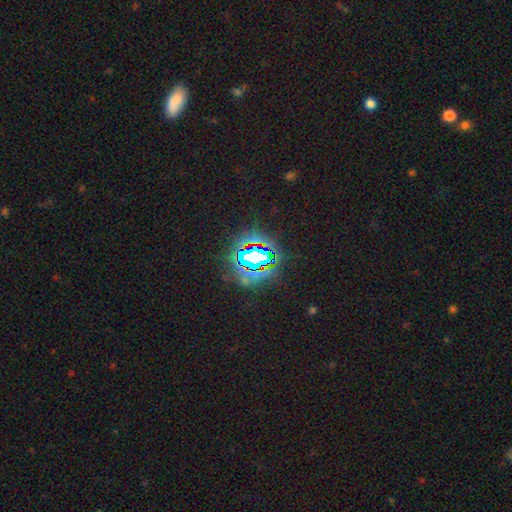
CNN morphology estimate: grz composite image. It shows a star or artifact, not a galaxy (76%).